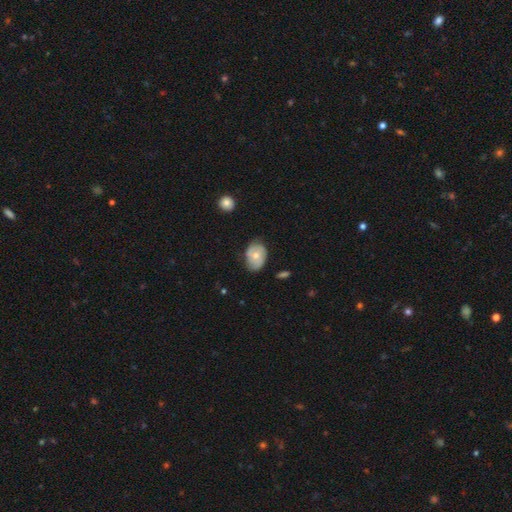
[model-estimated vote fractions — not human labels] A smooth galaxy with no disk features (51%) that is in between round and cigar-shaped (72%). Merging: none (66%).